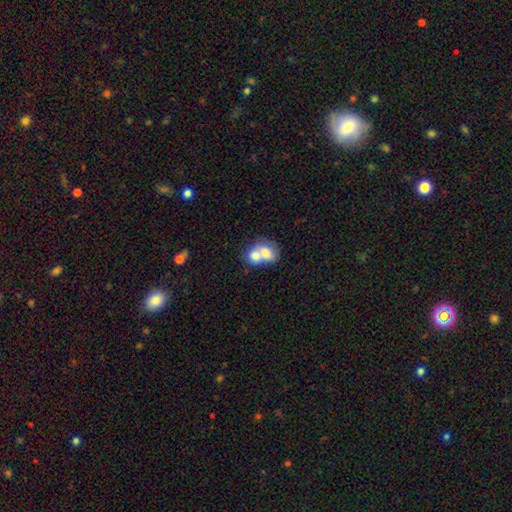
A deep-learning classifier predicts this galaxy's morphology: Smooth or featured? Predicted: smooth (p=0.69). How rounded? Predicted: in between (p=0.55). Merging? Predicted: merger (p=0.75).